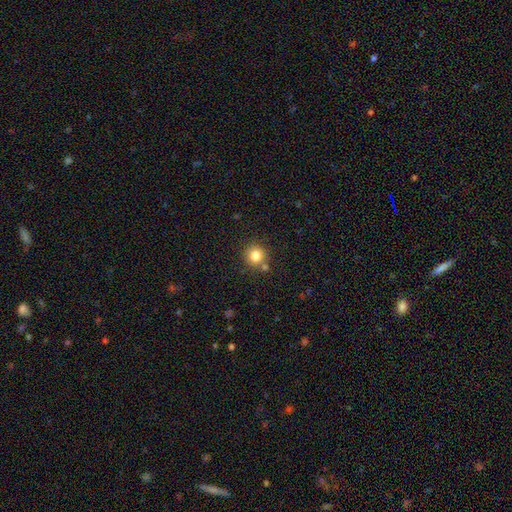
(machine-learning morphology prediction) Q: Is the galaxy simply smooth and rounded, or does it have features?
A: smooth — 82%.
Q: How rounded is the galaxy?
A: round — 92%.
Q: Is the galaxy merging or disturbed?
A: none — 78%.